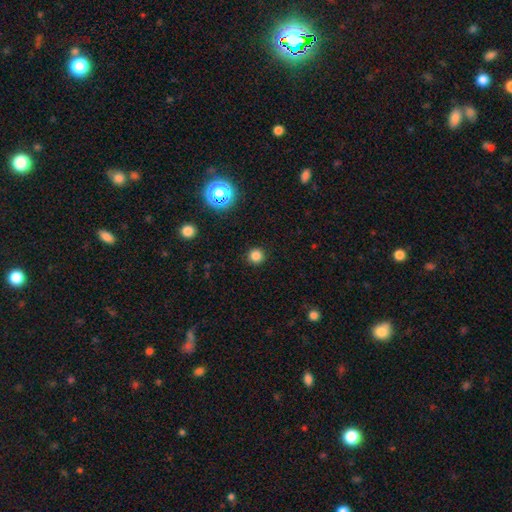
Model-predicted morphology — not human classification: smooth-or-featured: smooth: 82% | star or artifact: 15% | featured or disk: 4%
  how-rounded: round: 95% | in between: 4% | cigar-shaped: 1%
  merging: none: 92% | minor disturbance: 5% | major disturbance: 2% | merger: 1%